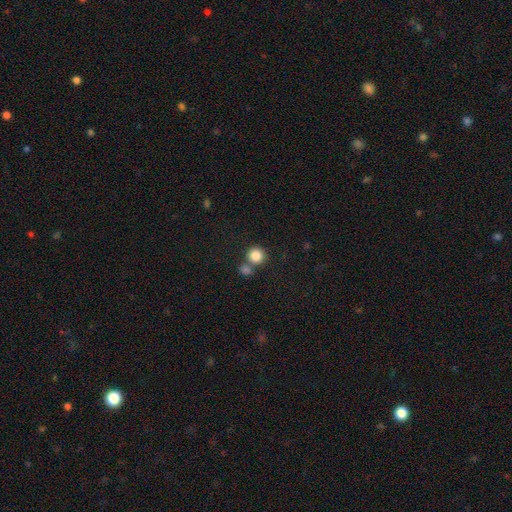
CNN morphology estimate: Smooth or featured: smooth — 84% (star or artifact — 10%)
How rounded: round — 93% (in between — 6%)
Merging: none — 64% (merger — 26%)